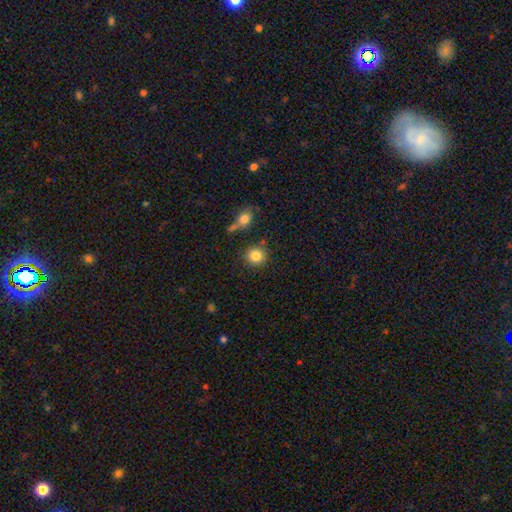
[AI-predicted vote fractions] A smooth galaxy with no disk features (84%) that is round (89%). Merging: none (81%).